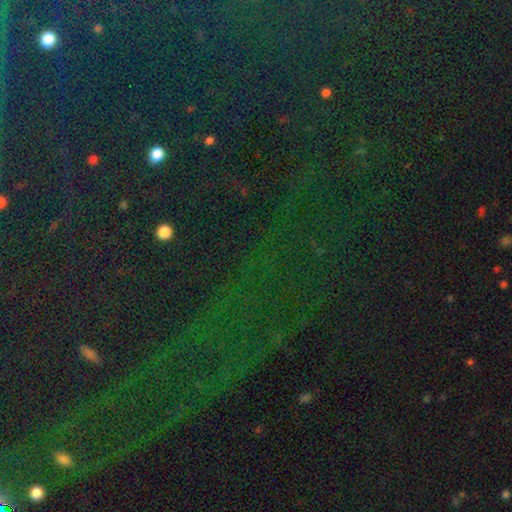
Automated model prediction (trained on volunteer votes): star or artifact 82%, smooth 10%, featured or disk 8%.